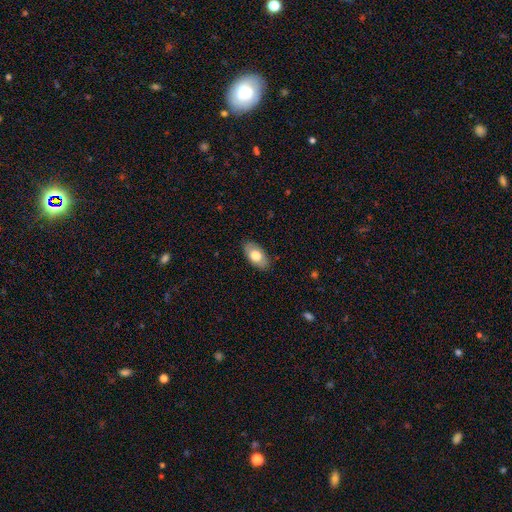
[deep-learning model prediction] A smooth galaxy with no disk features (74%) that is in between round and cigar-shaped (93%).

Vote fractions:
- Smooth or featured? smooth: 74% / featured or disk: 20% / star or artifact: 6%
- How rounded? in between: 93% / round: 4% / cigar-shaped: 3%
- Merging? none: 86% / minor disturbance: 11% / major disturbance: 2% / merger: 1%